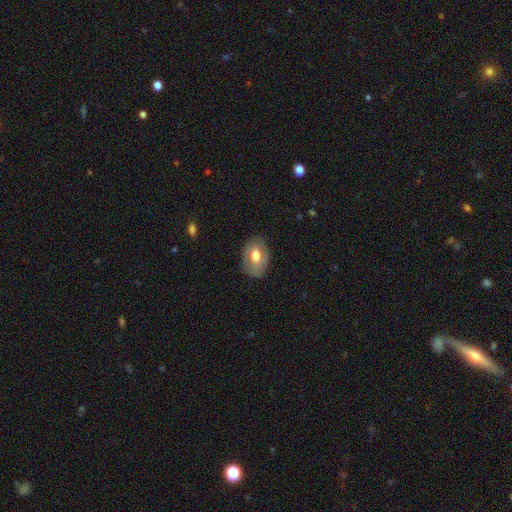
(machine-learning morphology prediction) Smooth or featured?
  - smooth: 60% *
  - featured or disk: 32%
  - star or artifact: 7%
How rounded?
  - in between: 80% *
  - round: 19%
  - cigar-shaped: 1%
Merging?
  - none: 77% *
  - minor disturbance: 17%
  - major disturbance: 5%
  - merger: 1%